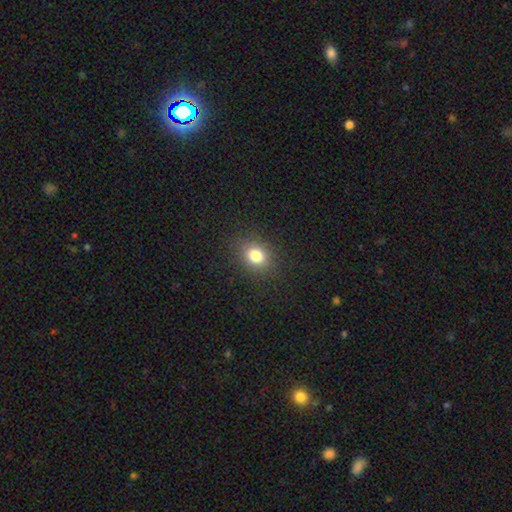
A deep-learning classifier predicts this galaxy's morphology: Q: Smooth or featured?
A: smooth (80%); runner-up: star or artifact (13%)
Q: How rounded?
A: round (50%); runner-up: in between (49%)
Q: Merging?
A: none (87%); runner-up: minor disturbance (9%)